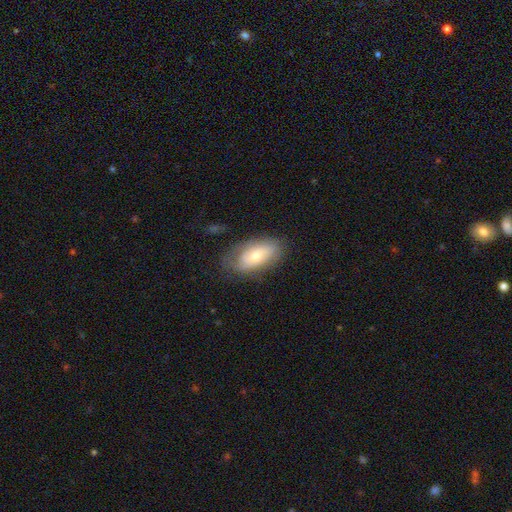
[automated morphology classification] A smooth galaxy with no disk features (59%) that is in between round and cigar-shaped (91%). Merging: none (65%).